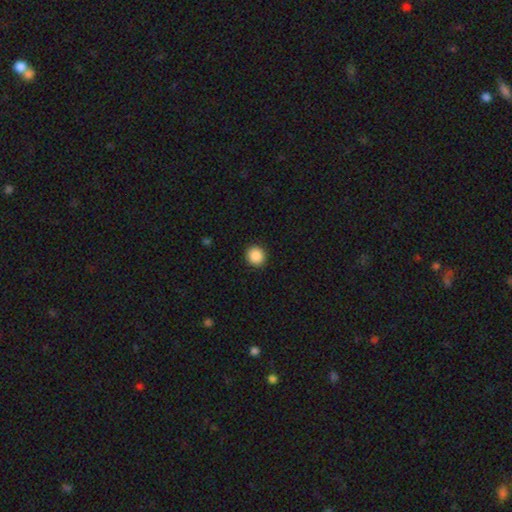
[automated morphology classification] Q: Smooth or featured?
A: smooth (88%); runner-up: star or artifact (9%)
Q: How rounded?
A: round (92%); runner-up: in between (7%)
Q: Merging?
A: none (93%); runner-up: minor disturbance (5%)